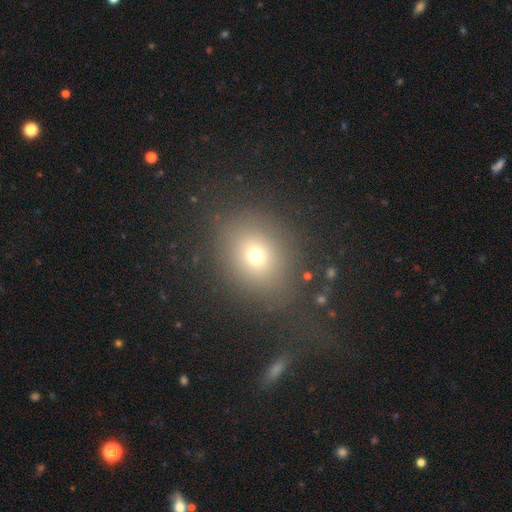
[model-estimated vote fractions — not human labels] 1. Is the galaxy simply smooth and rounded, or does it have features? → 68% smooth, 19% star or artifact, 13% featured or disk.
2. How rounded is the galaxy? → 58% round, 40% in between, 1% cigar-shaped.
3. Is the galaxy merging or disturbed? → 73% none, 12% minor disturbance, 10% major disturbance, 4% merger.